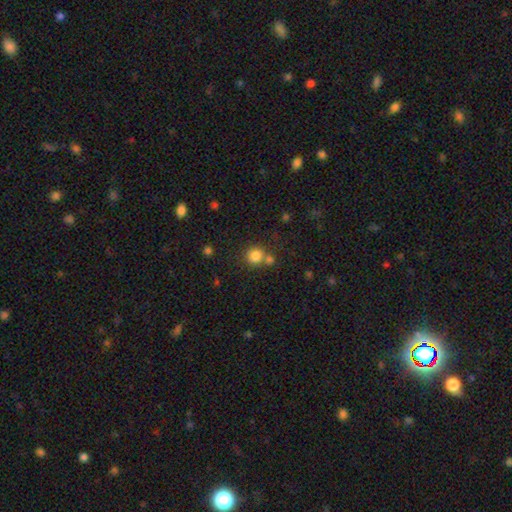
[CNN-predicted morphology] A smooth galaxy with no disk features (82%) that is round (89%). Merging: none (62%).